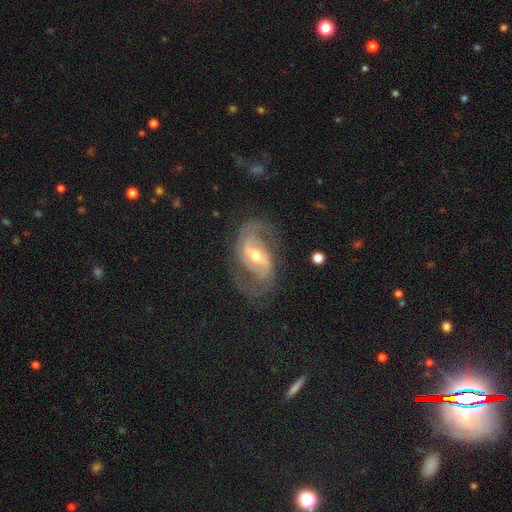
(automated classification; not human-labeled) Morphology: type=featured or disk (88%); edge-on=no (97%); bar=weak (43%); spiral arms=yes (96%); winding=medium (51%); arm count=2 (85%); bulge=moderate (63%); merging=none (72%).